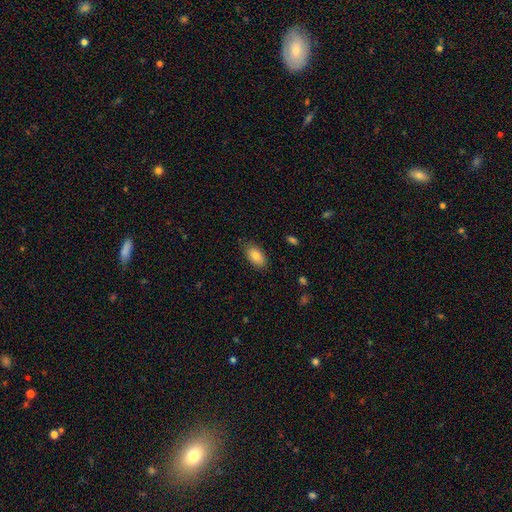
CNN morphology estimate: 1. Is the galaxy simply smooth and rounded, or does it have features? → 83% smooth, 10% featured or disk, 7% star or artifact.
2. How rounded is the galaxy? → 92% in between, 5% round, 3% cigar-shaped.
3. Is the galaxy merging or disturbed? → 81% none, 15% minor disturbance, 3% major disturbance, 1% merger.